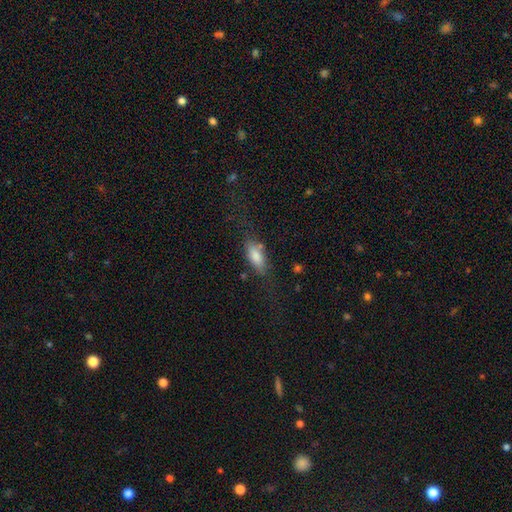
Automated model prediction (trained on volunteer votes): Smooth or featured?
  - smooth: 74% *
  - featured or disk: 18%
  - star or artifact: 8%
How rounded?
  - in between: 75% *
  - cigar-shaped: 22%
  - round: 3%
Merging?
  - none: 59% *
  - minor disturbance: 21%
  - major disturbance: 15%
  - merger: 4%